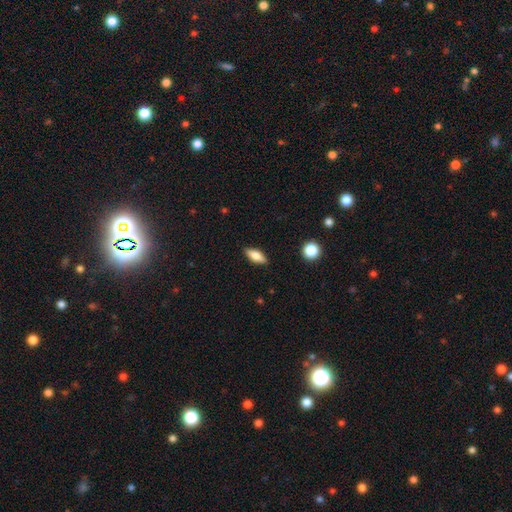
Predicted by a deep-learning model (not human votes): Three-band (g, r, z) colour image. It shows a smooth galaxy with no disk features (69%) that is in between round and cigar-shaped (69%). Merging: none (87%).